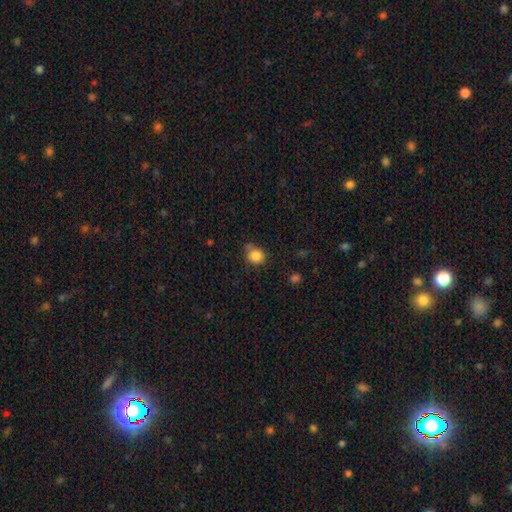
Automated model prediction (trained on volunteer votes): Smooth or featured?
  - smooth: 85% *
  - star or artifact: 10%
  - featured or disk: 5%
How rounded?
  - round: 76% *
  - in between: 23%
  - cigar-shaped: 1%
Merging?
  - none: 61% *
  - minor disturbance: 24%
  - merger: 9%
  - major disturbance: 6%